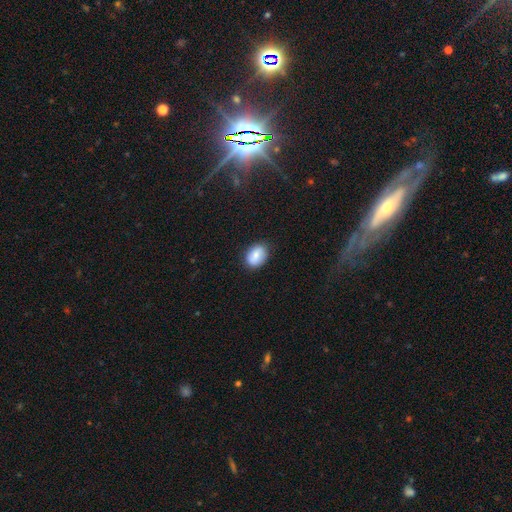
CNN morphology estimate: A smooth galaxy with no disk features (79%) that is in between round and cigar-shaped (72%). Merging: none (83%).